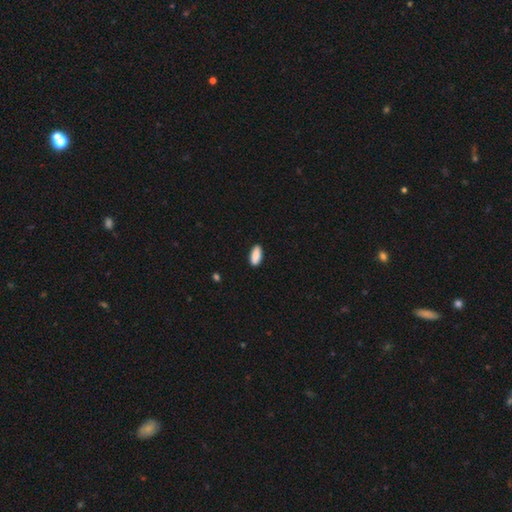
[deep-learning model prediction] Morphology: type=smooth (90%); roundness=in between (86%); merging=none (88%).